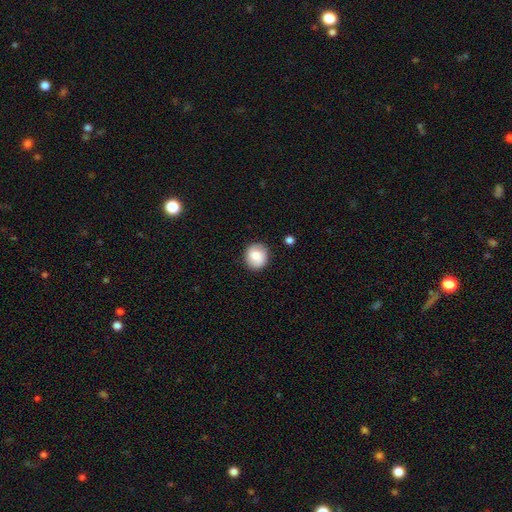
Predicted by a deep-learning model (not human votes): This appears to be a smooth galaxy with no disk features (76%) that is round (79%). Merging: none (85%).